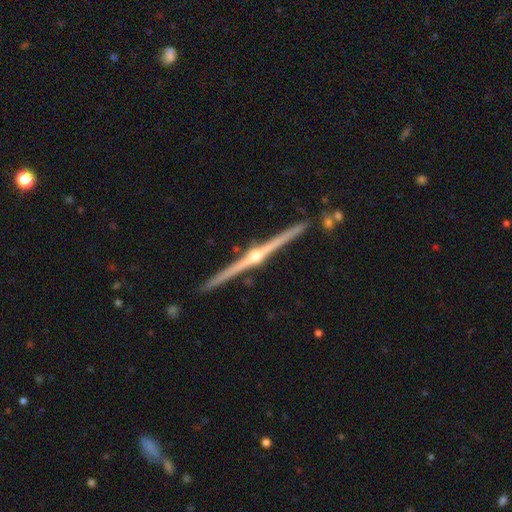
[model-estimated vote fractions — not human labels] Morphology: type=featured or disk (91%); edge-on=yes (99%); edge-on bulge=rounded (94%); merging=none (91%).